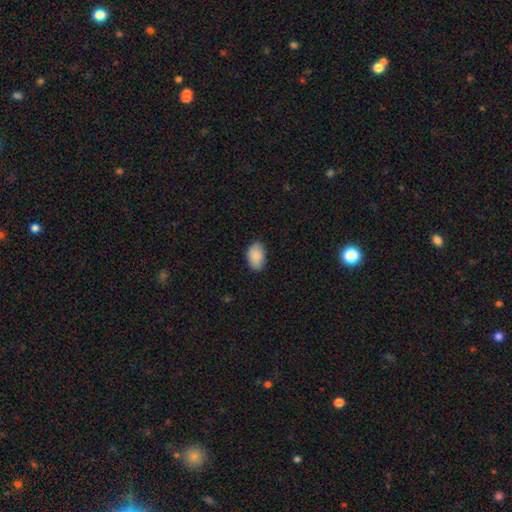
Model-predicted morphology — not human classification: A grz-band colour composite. It shows a smooth galaxy with no disk features (89%) that is in between round and cigar-shaped (90%). Merging: none (83%).